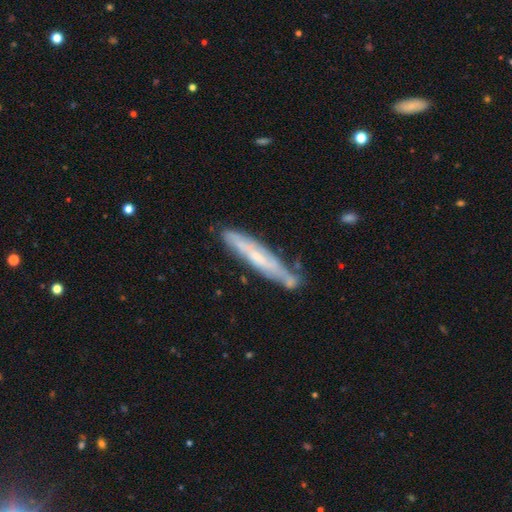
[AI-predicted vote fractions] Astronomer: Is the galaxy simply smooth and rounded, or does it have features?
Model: featured or disk — 57% (runner-up: smooth, 36%).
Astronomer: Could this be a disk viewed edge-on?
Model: yes — 73%.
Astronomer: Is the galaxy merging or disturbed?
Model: none — 73%.